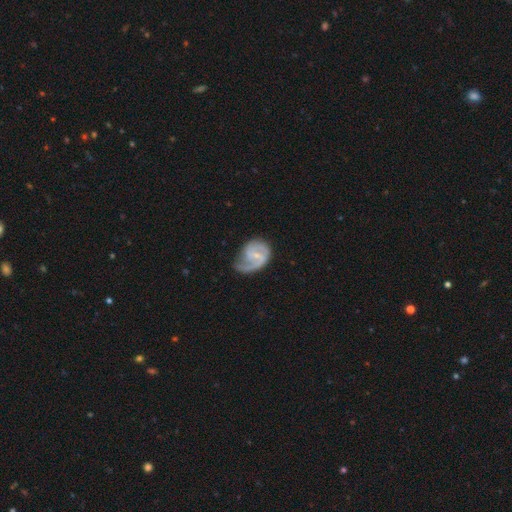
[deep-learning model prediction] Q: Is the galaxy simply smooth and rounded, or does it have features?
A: featured or disk — 81%.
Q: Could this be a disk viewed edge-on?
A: no — 98%.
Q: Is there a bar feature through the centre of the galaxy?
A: weak — 50%.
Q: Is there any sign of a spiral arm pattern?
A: yes — 94%.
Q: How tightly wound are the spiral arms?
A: medium — 48%.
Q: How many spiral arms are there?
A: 2 — 58%.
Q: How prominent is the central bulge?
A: small — 68%.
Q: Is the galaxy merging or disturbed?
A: none — 43%.